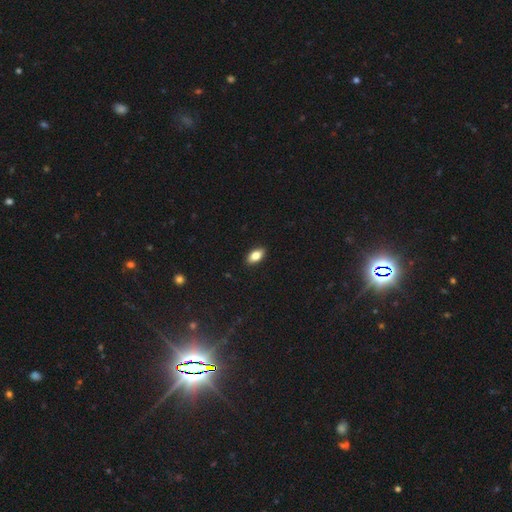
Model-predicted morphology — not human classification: Smooth or featured? Predicted: smooth (p=0.79). How rounded? Predicted: in between (p=0.89). Merging? Predicted: none (p=0.90).